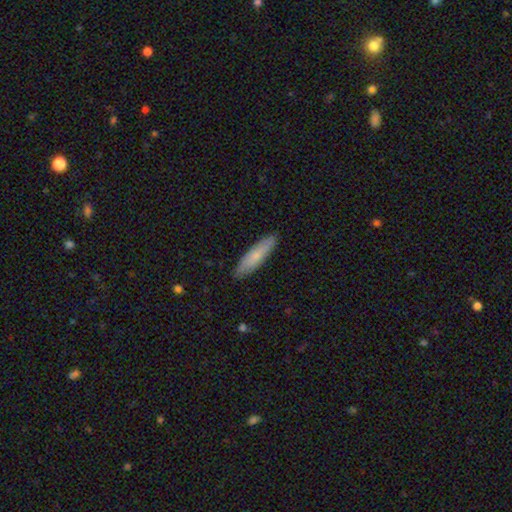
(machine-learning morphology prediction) Smooth or featured? smooth (72%)
How rounded? cigar-shaped (75%)
Merging? none (89%)